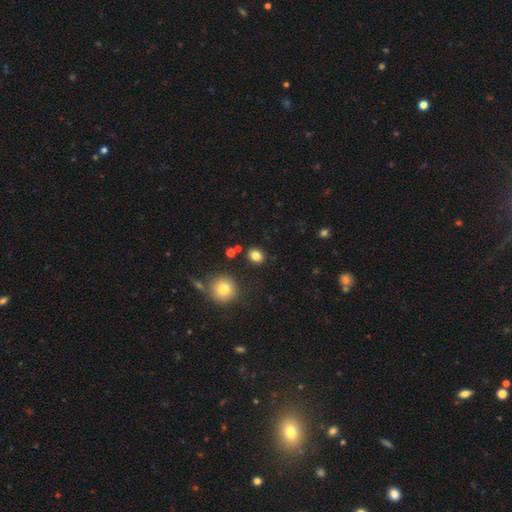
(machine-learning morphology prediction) The model was most divided on "how rounded": round: 65%, in between: 34%, cigar-shaped: 1%. More confident: merging — none (85%); smooth or featured — smooth (83%).